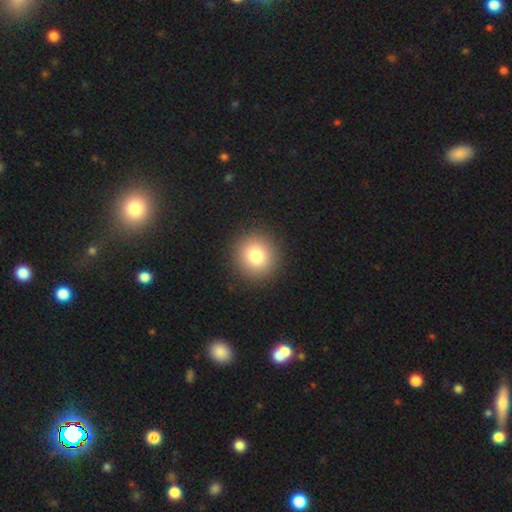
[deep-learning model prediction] A smooth galaxy with no disk features (80%) that is round (94%).

Vote fractions:
- Smooth or featured? smooth: 80% / star or artifact: 11% / featured or disk: 8%
- How rounded? round: 94% / in between: 6% / cigar-shaped: 1%
- Merging? none: 92% / minor disturbance: 5% / major disturbance: 2% / merger: 1%